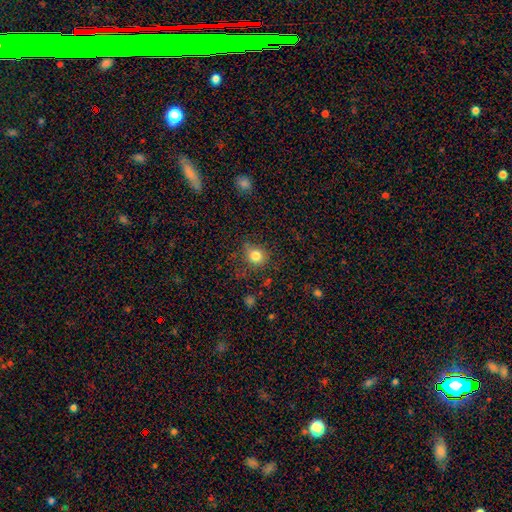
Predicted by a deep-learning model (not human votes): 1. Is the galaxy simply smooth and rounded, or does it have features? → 81% smooth, 12% star or artifact, 7% featured or disk.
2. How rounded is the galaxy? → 84% round, 15% in between, 1% cigar-shaped.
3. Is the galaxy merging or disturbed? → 74% none, 18% minor disturbance, 6% major disturbance, 3% merger.